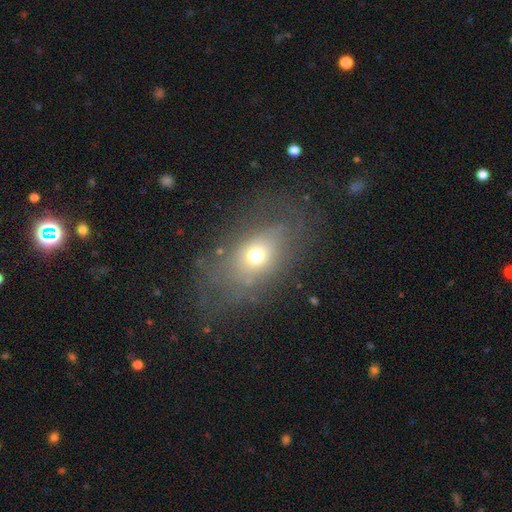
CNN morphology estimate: The model was most divided on "smooth or featured": smooth: 58%, featured or disk: 28%, star or artifact: 15%. More confident: how rounded — in between (69%); merging — none (58%).